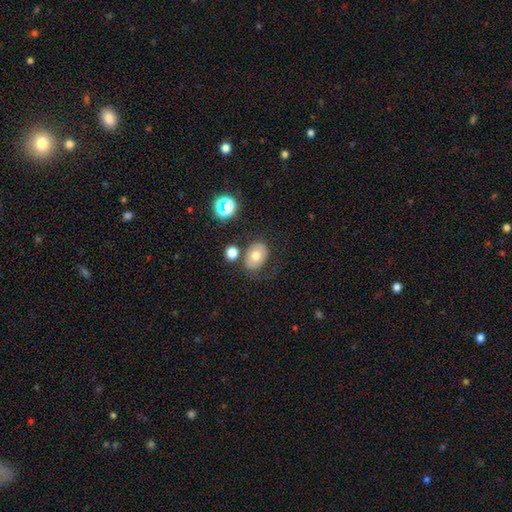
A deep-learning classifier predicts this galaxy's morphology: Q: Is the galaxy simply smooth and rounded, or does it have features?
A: smooth — 67%.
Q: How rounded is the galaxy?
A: in between — 63%.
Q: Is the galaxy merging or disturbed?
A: none — 68%.